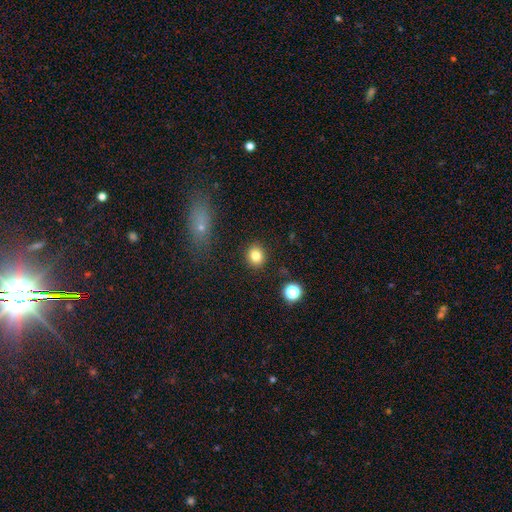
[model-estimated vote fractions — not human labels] Overall: smooth (81%). How rounded: round (77%). Merging: none (89%).